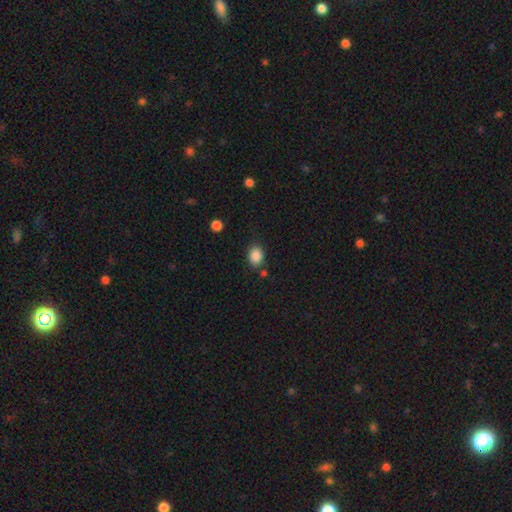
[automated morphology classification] This appears to be a smooth galaxy with no disk features (87%) that is in between round and cigar-shaped (60%). Merging: none (79%).